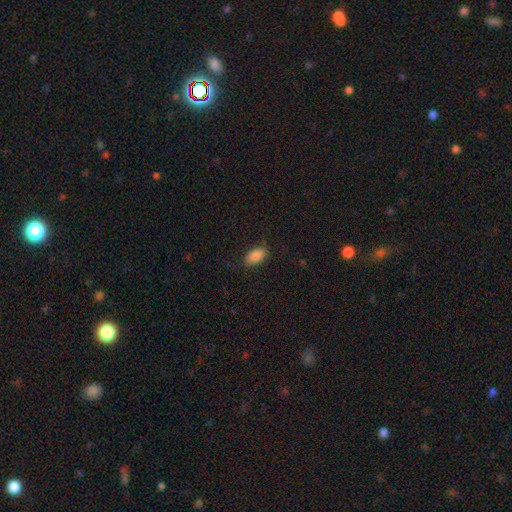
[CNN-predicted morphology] type=smooth (86%); roundness=in between (93%); merging=none (83%).